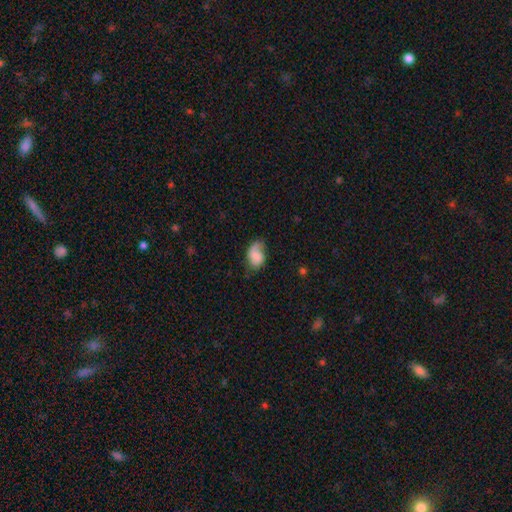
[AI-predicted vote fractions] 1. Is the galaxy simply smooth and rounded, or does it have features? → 65% smooth, 27% featured or disk, 8% star or artifact.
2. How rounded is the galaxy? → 84% in between, 14% round, 1% cigar-shaped.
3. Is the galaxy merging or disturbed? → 44% none, 34% minor disturbance, 20% major disturbance, 2% merger.